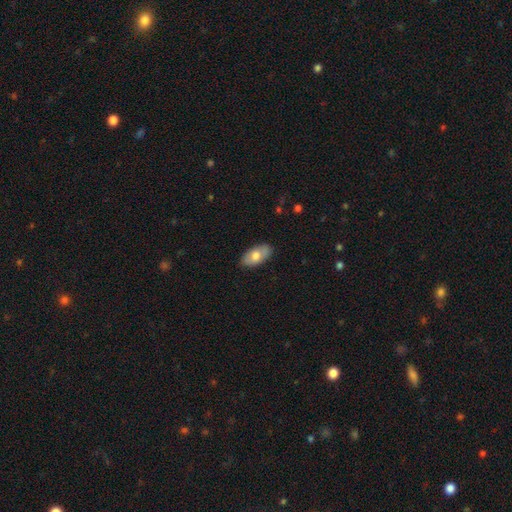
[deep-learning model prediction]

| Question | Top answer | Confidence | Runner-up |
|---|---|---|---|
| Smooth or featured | smooth | 70% | featured or disk (24%) |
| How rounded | in between | 94% | round (3%) |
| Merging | none | 84% | minor disturbance (13%) |